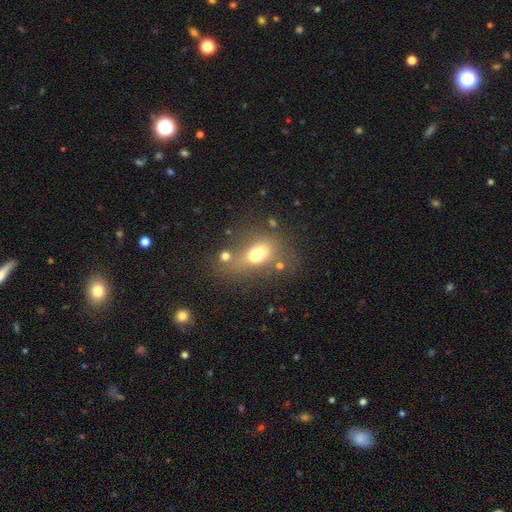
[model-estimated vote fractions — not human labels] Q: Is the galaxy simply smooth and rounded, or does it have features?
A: smooth — 65%.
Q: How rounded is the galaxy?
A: in between — 76%.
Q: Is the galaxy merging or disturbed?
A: none — 45%.